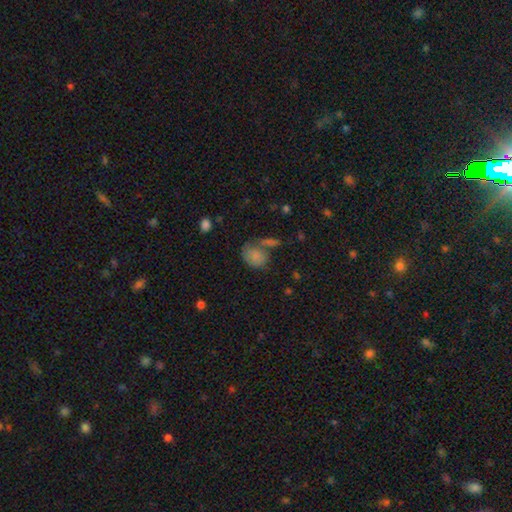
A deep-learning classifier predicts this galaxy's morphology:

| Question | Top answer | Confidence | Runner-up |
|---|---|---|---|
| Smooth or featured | smooth | 77% | featured or disk (13%) |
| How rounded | in between | 53% | round (45%) |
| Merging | none | 44% | merger (25%) |